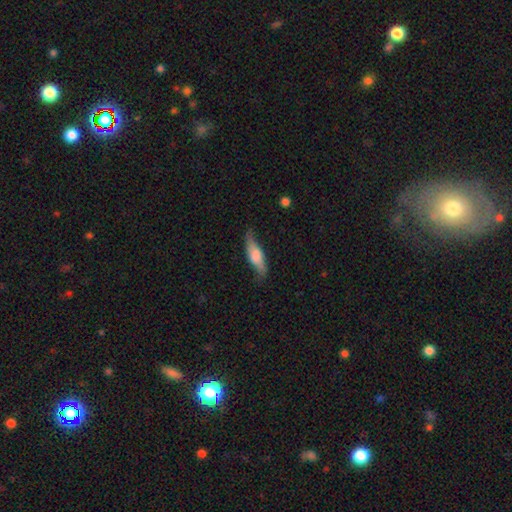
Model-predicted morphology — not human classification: This appears to be a smooth galaxy with no disk features (54%) that is cigar-shaped (53%). Merging: none (65%).